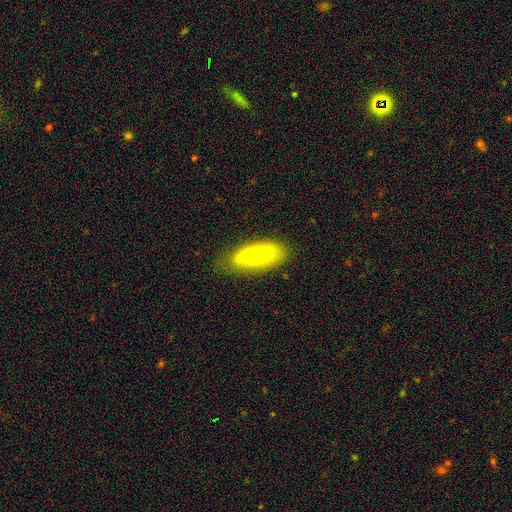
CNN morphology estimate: The model was most divided on "smooth or featured": smooth: 67%, featured or disk: 26%, star or artifact: 7%. More confident: how rounded — in between (79%); merging — none (70%).